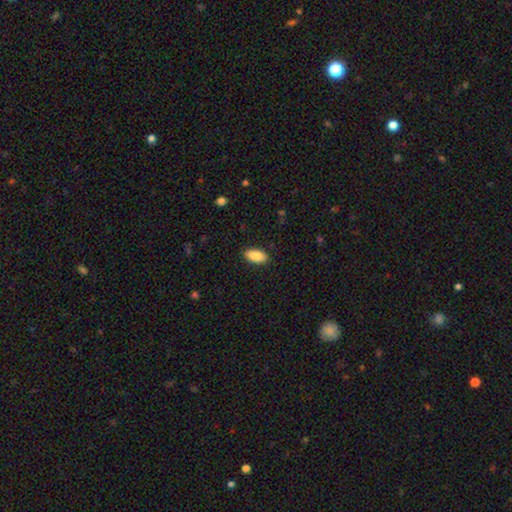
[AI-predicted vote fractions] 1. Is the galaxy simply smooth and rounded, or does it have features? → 89% smooth, 6% star or artifact, 4% featured or disk.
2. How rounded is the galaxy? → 93% in between, 5% cigar-shaped, 2% round.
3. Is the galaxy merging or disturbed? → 88% none, 9% minor disturbance, 2% major disturbance, 1% merger.